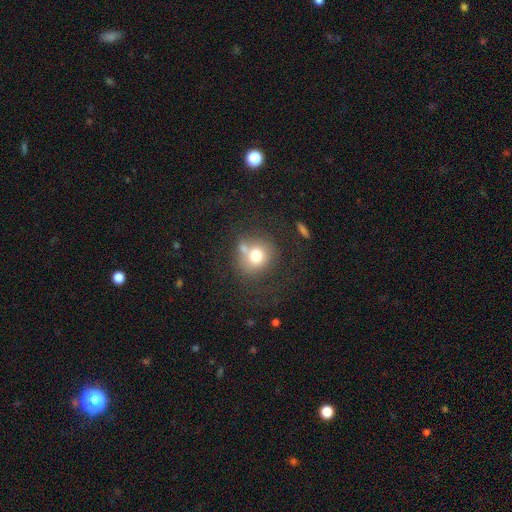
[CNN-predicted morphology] Smooth or featured? Predicted: smooth (p=0.72). How rounded? Predicted: round (p=0.81). Merging? Predicted: none (p=0.56).